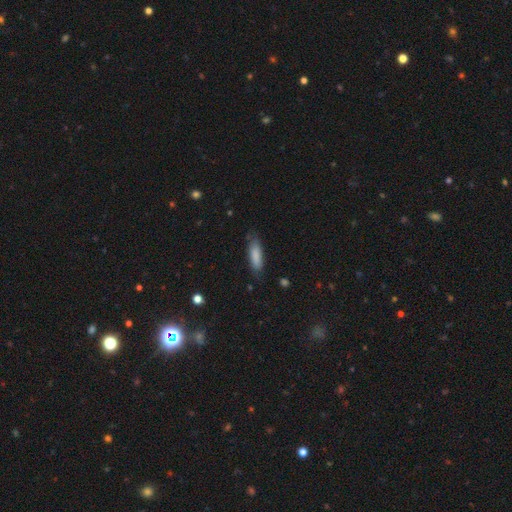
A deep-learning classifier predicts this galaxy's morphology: smooth 84%, featured or disk 10%, star or artifact 6%. Down the decision tree: how rounded — cigar-shaped (54%); merging — none (76%).